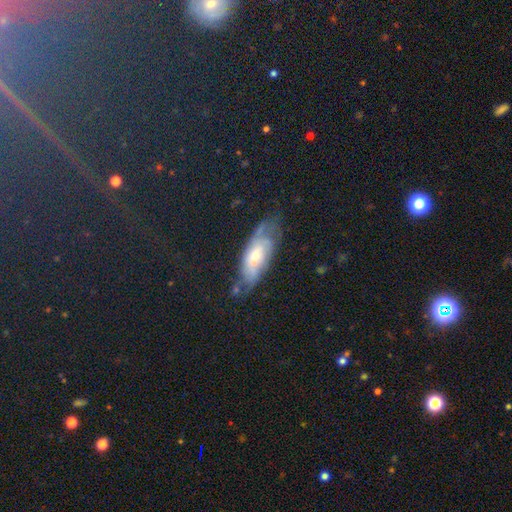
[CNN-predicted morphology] smooth_or_featured: featured or disk (p=0.52) [alt: smooth p=0.32]
disk_edge_on: no (p=0.80) [alt: yes p=0.20]
merging: none (p=0.54) [alt: minor disturbance p=0.29]